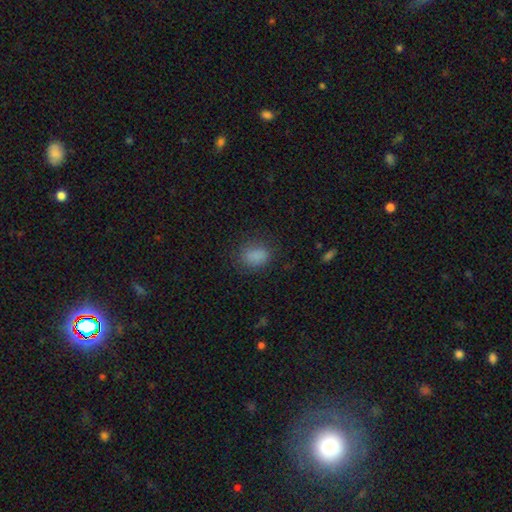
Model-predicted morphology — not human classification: Smooth or featured? smooth (84%)
How rounded? in between (63%)
Merging? none (77%)